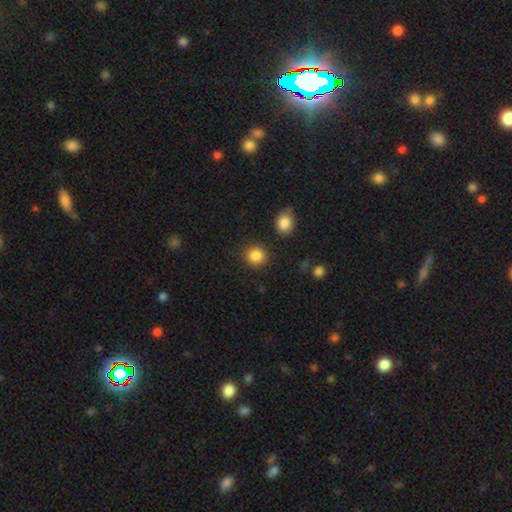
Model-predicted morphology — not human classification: The model was most divided on "smooth or featured": smooth: 87%, star or artifact: 10%, featured or disk: 4%. More confident: how rounded — round (89%); merging — none (88%).